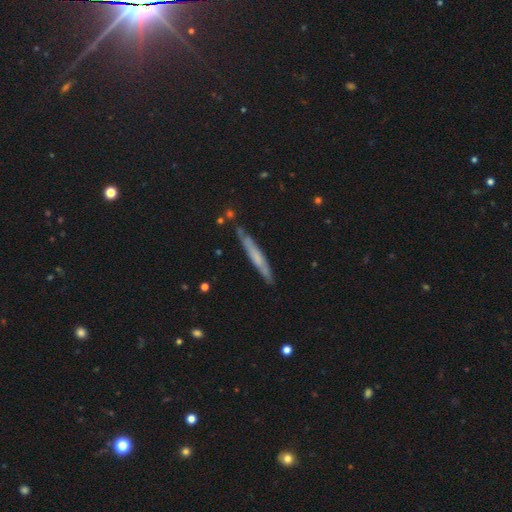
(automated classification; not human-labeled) This appears to be a featured or disk galaxy (46%, tied with smooth). Merging: none (82%).